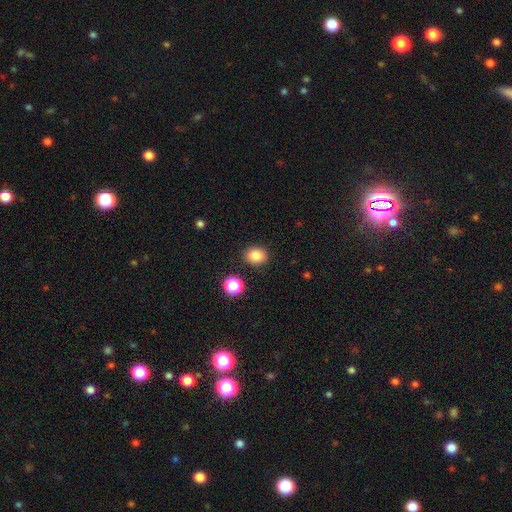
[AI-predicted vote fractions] The model was most divided on "how rounded": round: 53%, in between: 46%, cigar-shaped: 1%. More confident: merging — none (87%); smooth or featured — smooth (83%).